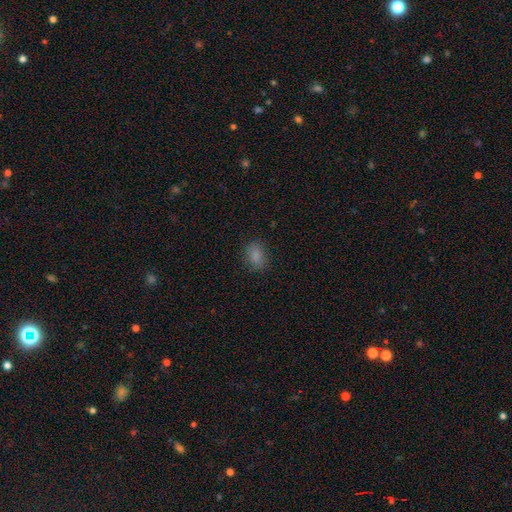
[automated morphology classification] Smooth or featured: smooth — 84% (star or artifact — 11%)
How rounded: in between — 71% (round — 28%)
Merging: none — 81% (minor disturbance — 14%)